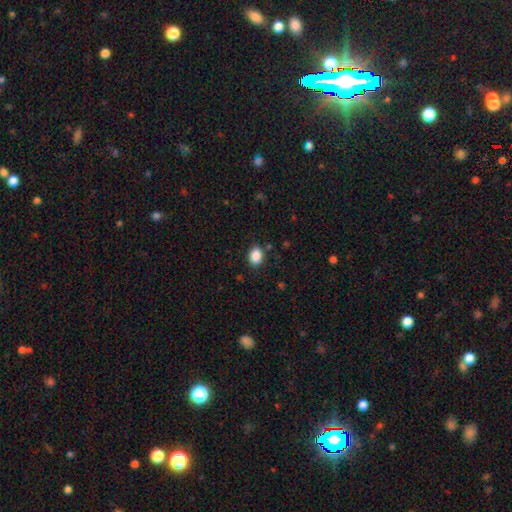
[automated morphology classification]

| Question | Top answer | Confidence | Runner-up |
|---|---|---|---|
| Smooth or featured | smooth | 88% | star or artifact (9%) |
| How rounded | in between | 70% | round (29%) |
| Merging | none | 85% | minor disturbance (10%) |